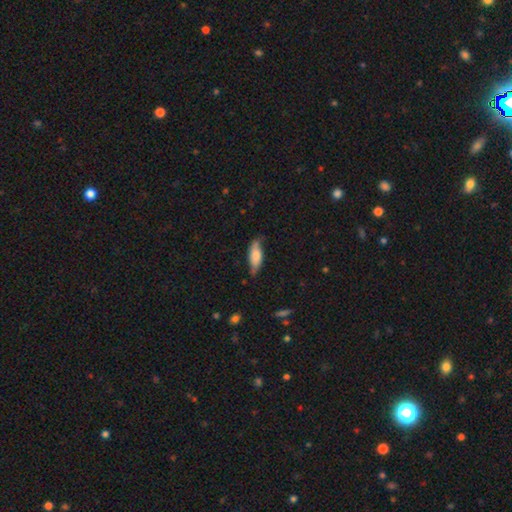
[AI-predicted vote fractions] smooth-or-featured: smooth: 67% | featured or disk: 26% | star or artifact: 7%
  how-rounded: in between: 69% | cigar-shaped: 29% | round: 2%
  merging: none: 62% | minor disturbance: 30% | major disturbance: 6% | merger: 2%